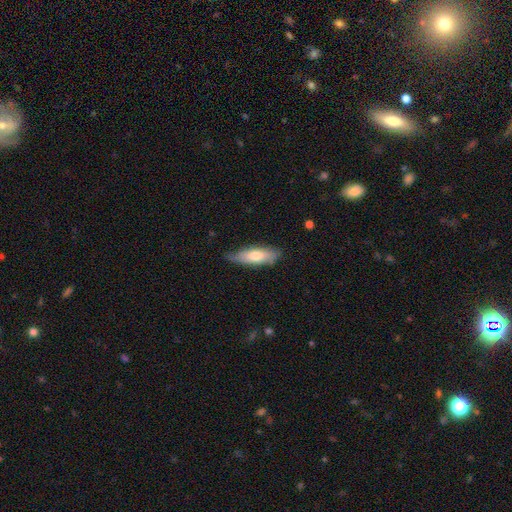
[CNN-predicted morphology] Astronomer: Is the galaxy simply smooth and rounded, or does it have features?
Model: smooth — 68%.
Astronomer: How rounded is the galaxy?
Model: in between — 57% (runner-up: cigar-shaped, 41%).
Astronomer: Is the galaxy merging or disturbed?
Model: none — 67%.